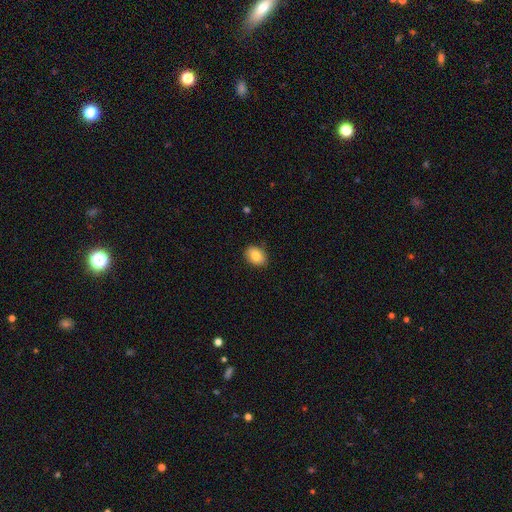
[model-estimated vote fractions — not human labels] The model was most divided on "how rounded": in between: 68%, round: 31%, cigar-shaped: 1%. More confident: merging — none (86%); smooth or featured — smooth (83%).